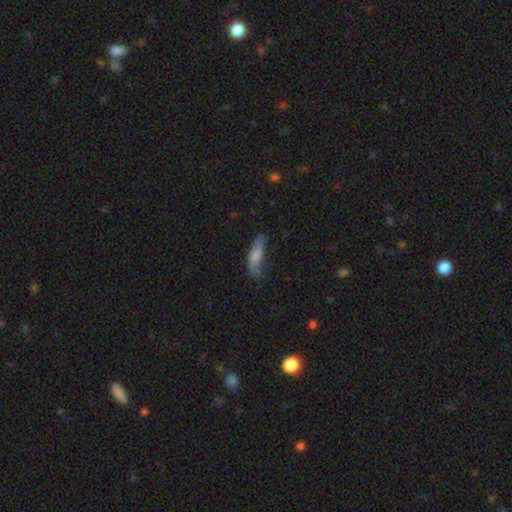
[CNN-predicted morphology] smooth_or_featured: smooth (p=0.69) [alt: featured or disk p=0.25]
how_rounded: cigar-shaped (p=0.51) [alt: in between p=0.47]
merging: none (p=0.55) [alt: minor disturbance p=0.31]